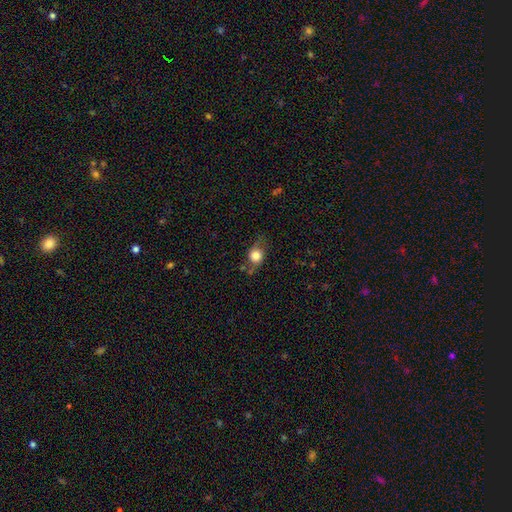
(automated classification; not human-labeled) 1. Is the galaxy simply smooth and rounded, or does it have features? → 73% smooth, 17% featured or disk, 9% star or artifact.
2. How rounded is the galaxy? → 66% round, 31% in between, 2% cigar-shaped.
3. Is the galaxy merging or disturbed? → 57% none, 28% minor disturbance, 12% major disturbance, 4% merger.